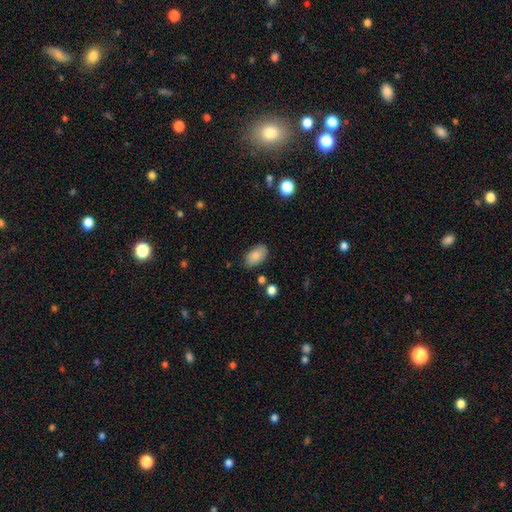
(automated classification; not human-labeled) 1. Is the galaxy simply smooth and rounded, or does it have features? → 85% smooth, 8% featured or disk, 7% star or artifact.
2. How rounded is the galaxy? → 93% in between, 5% round, 2% cigar-shaped.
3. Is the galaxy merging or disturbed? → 82% none, 13% minor disturbance, 3% major disturbance, 2% merger.